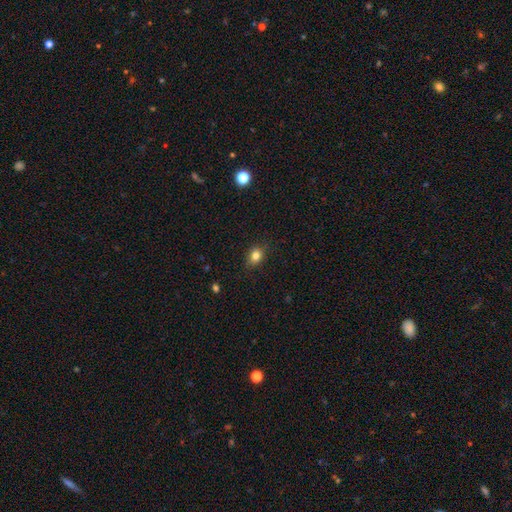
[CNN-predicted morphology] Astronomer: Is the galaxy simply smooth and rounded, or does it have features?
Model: smooth — 82%.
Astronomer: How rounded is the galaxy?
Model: in between — 55% (runner-up: round, 44%).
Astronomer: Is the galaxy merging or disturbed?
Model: none — 82%.